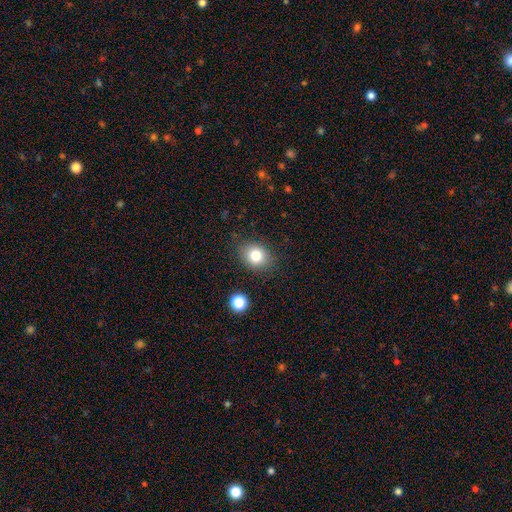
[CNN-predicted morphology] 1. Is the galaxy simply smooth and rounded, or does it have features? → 80% smooth, 11% star or artifact, 9% featured or disk.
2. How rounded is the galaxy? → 52% round, 47% in between, 1% cigar-shaped.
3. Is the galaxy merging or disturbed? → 84% none, 11% minor disturbance, 3% major disturbance, 2% merger.